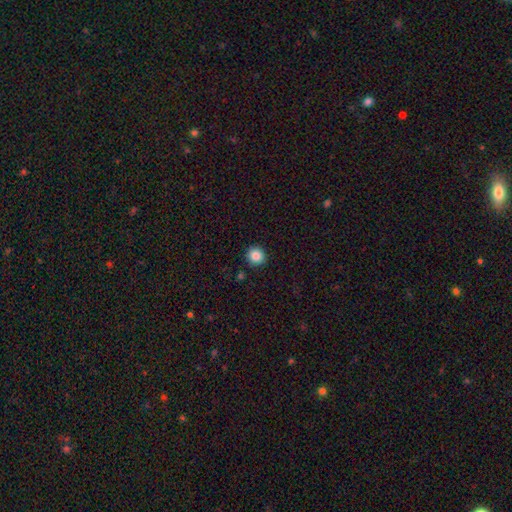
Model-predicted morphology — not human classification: This appears to be a smooth galaxy with no disk features (86%) that is round (92%). Merging: none (91%).